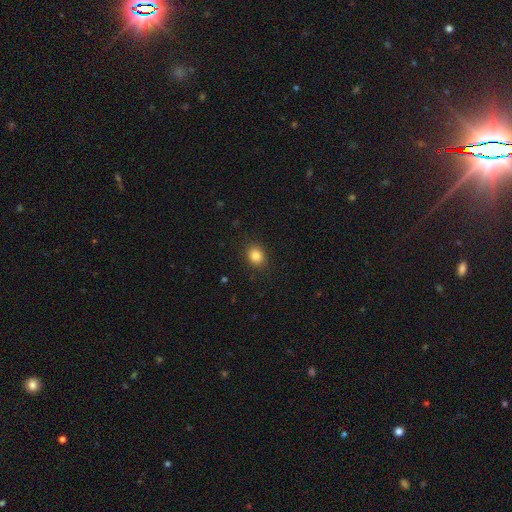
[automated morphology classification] This appears to be a smooth galaxy with no disk features (84%) that is round (62%). Merging: none (89%).